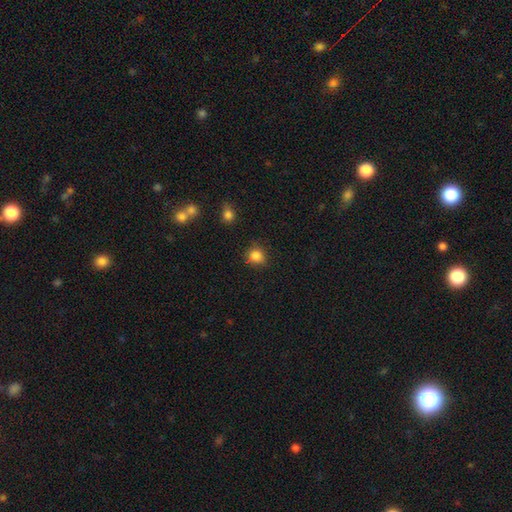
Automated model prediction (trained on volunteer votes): Overall: smooth (84%). How rounded: round (81%). Merging: none (82%).